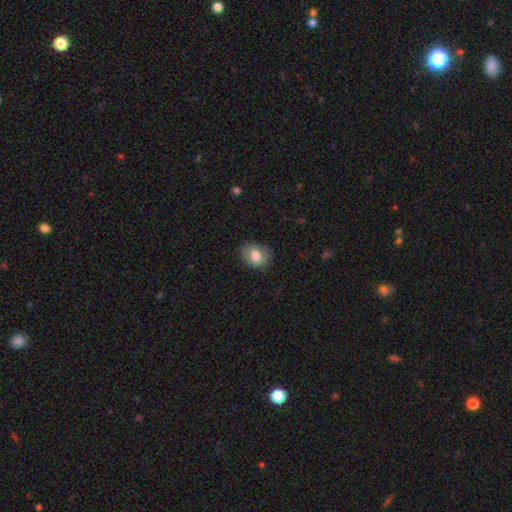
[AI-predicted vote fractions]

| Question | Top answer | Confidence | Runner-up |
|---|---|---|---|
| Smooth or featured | smooth | 74% | featured or disk (18%) |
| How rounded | in between | 54% | round (45%) |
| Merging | none | 76% | minor disturbance (18%) |